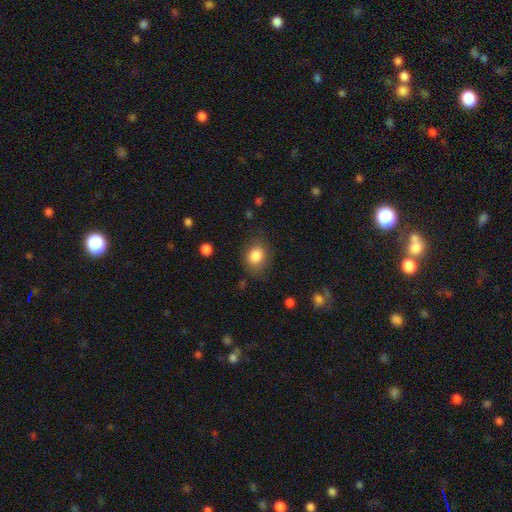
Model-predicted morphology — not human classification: Smooth or featured? smooth (84%)
How rounded? round (53%)
Merging? none (75%)